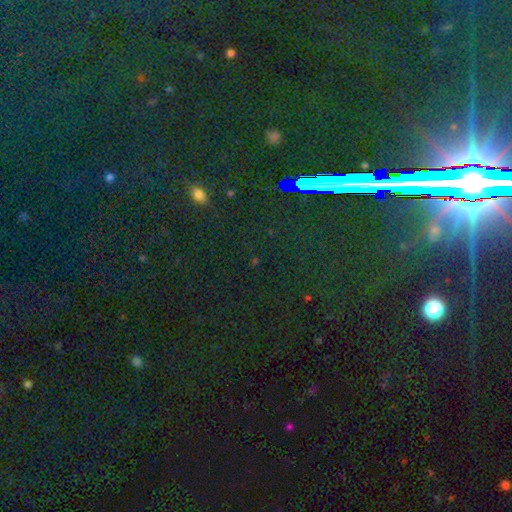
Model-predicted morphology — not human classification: A star or artifact, not a galaxy (81%).

Vote fractions:
- Smooth or featured? star or artifact: 81% / smooth: 10% / featured or disk: 9%